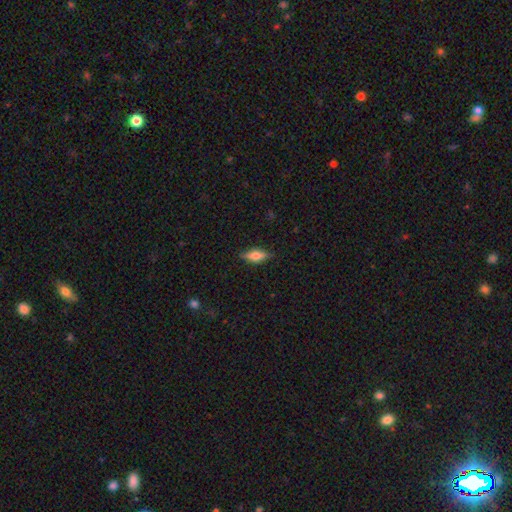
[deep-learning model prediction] smooth-or-featured: smooth: 57% | featured or disk: 36% | star or artifact: 7%
  how-rounded: in between: 61% | cigar-shaped: 36% | round: 3%
  merging: none: 84% | minor disturbance: 12% | major disturbance: 3% | merger: 1%